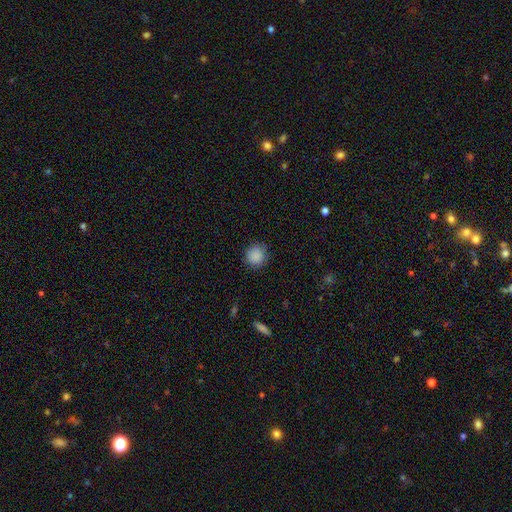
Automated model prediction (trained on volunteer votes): smooth 87%, star or artifact 9%, featured or disk 3%. Down the decision tree: how rounded — round (92%); merging — none (85%).